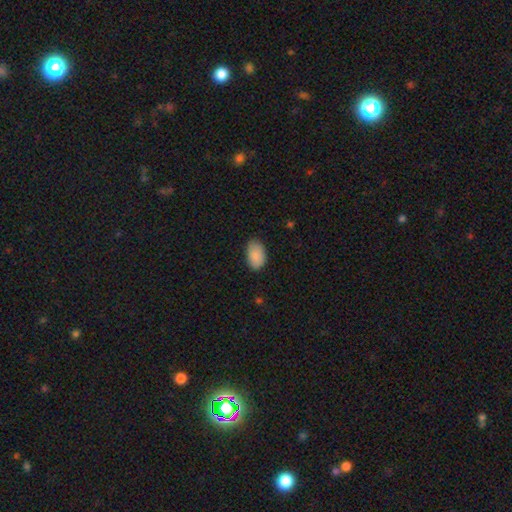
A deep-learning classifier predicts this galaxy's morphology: The model was most divided on "merging": none: 81%, minor disturbance: 16%, major disturbance: 3%, merger: 1%. More confident: how rounded — in between (93%); smooth or featured — smooth (89%).